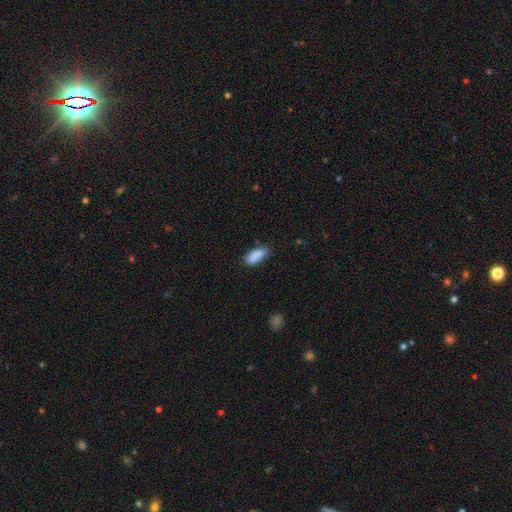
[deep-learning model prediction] smooth_or_featured: smooth (p=0.88) [alt: star or artifact p=0.08]
how_rounded: in between (p=0.84) [alt: cigar-shaped p=0.14]
merging: none (p=0.67) [alt: minor disturbance p=0.26]